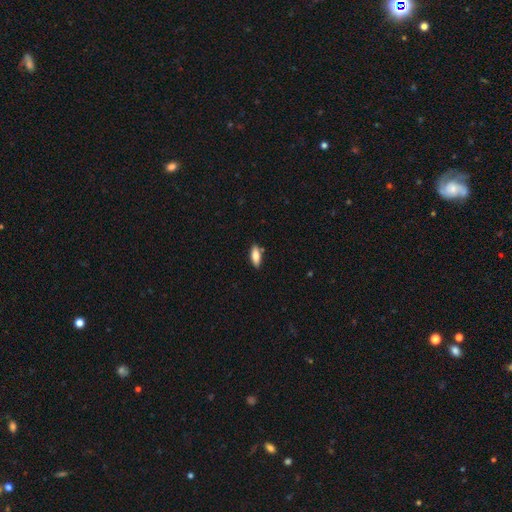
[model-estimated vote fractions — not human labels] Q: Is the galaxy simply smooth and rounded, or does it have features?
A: smooth — 79%.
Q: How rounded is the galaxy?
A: in between — 72%.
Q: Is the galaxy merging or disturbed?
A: none — 85%.